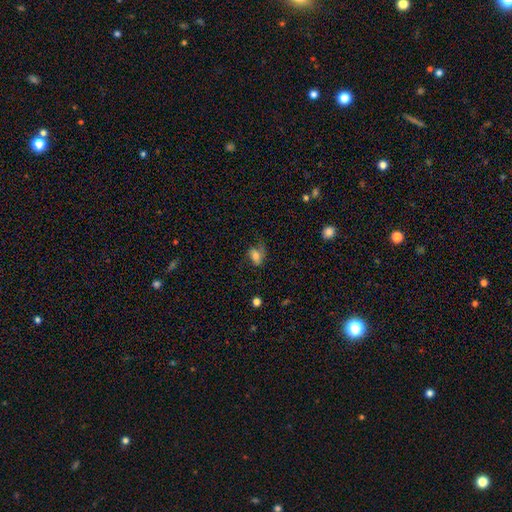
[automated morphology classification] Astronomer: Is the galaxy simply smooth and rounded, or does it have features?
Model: smooth — 72%.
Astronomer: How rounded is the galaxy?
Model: in between — 78%.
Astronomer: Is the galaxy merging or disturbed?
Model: none — 44% (runner-up: minor disturbance, 30%).